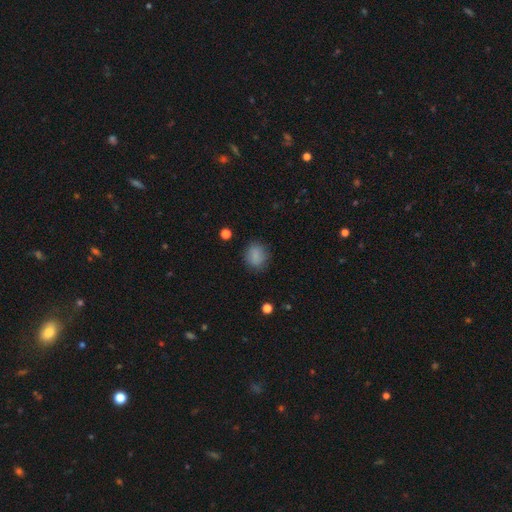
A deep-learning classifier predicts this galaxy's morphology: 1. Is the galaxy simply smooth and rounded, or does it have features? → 84% smooth, 10% star or artifact, 7% featured or disk.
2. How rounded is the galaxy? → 63% round, 35% in between, 1% cigar-shaped.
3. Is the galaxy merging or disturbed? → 80% none, 14% minor disturbance, 4% major disturbance, 1% merger.